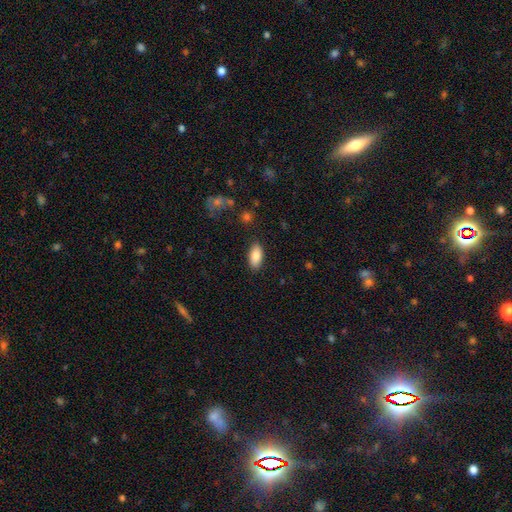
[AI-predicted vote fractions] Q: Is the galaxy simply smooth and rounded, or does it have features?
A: smooth — 86%.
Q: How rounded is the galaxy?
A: in between — 90%.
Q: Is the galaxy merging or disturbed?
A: none — 87%.